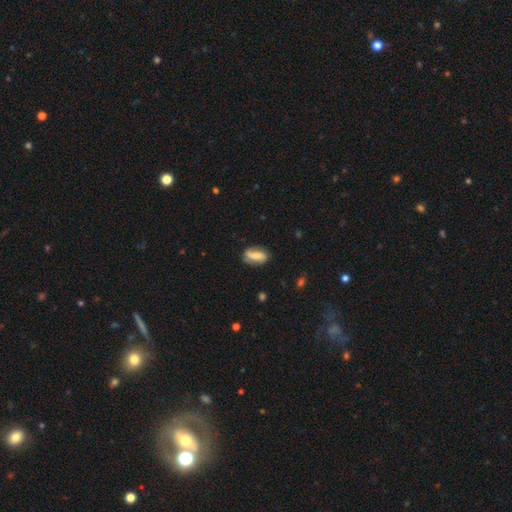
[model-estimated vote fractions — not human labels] This appears to be a smooth galaxy with no disk features (59%) that is in between round and cigar-shaped (83%). Merging: none (72%).